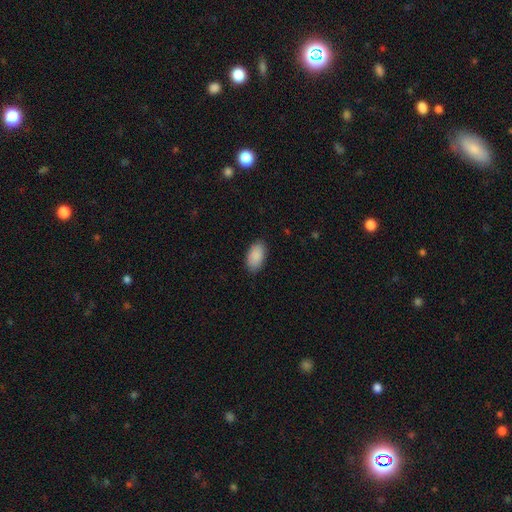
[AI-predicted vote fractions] Overall: smooth (90%). How rounded: in between (95%). Merging: none (86%).